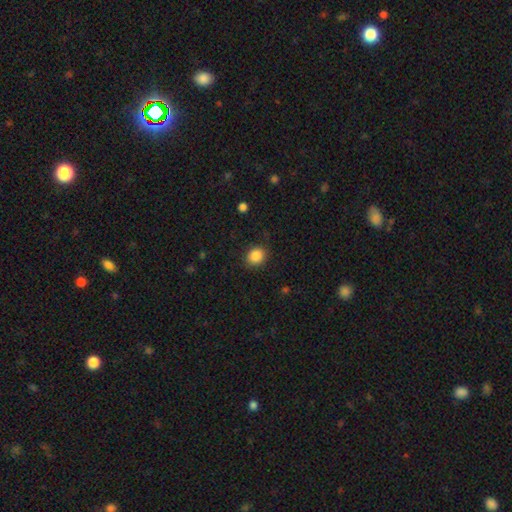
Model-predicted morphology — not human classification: smooth 87%, star or artifact 10%, featured or disk 3%. Down the decision tree: how rounded — round (68%); merging — none (87%).